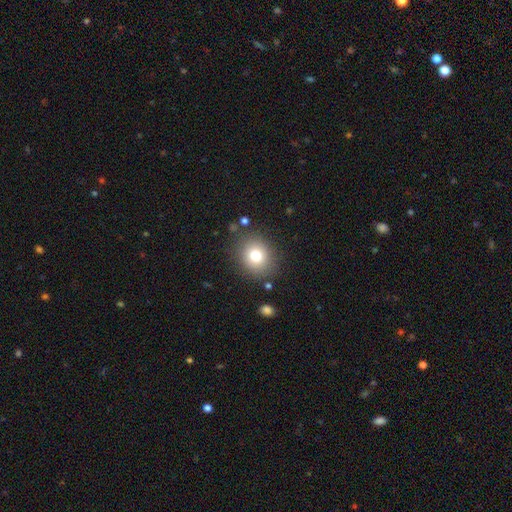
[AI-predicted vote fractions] smooth 77%, star or artifact 12%, featured or disk 11%. Down the decision tree: how rounded — round (74%); merging — none (84%).